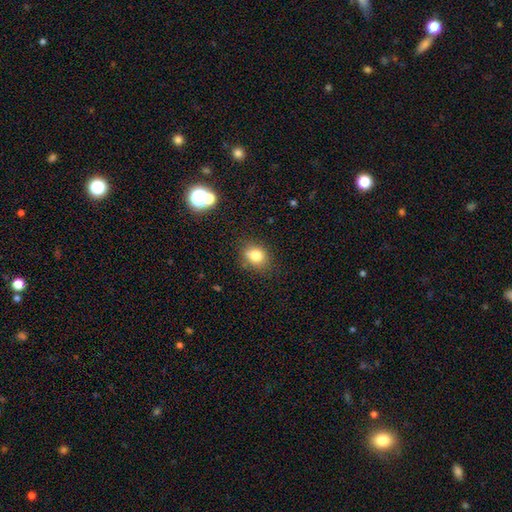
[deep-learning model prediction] smooth_or_featured: smooth (p=0.80) [alt: star or artifact p=0.12]
how_rounded: round (p=0.59) [alt: in between p=0.40]
merging: none (p=0.77) [alt: minor disturbance p=0.15]